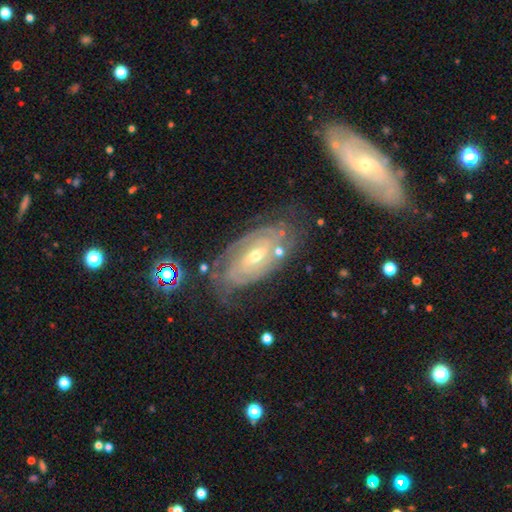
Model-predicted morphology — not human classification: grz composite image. It shows a featured or disk galaxy (82%) with no bar (47%), tight (72%) spiral arms (91%) and a moderate central bulge (51%). Merging: none (66%).